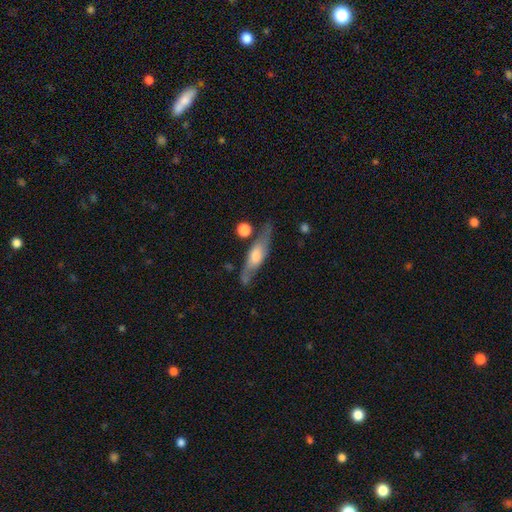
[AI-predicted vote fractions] Overall: featured or disk (60%; smooth 34%). Edge-on disk: yes (69%; no 31%). Merging: none (71%).